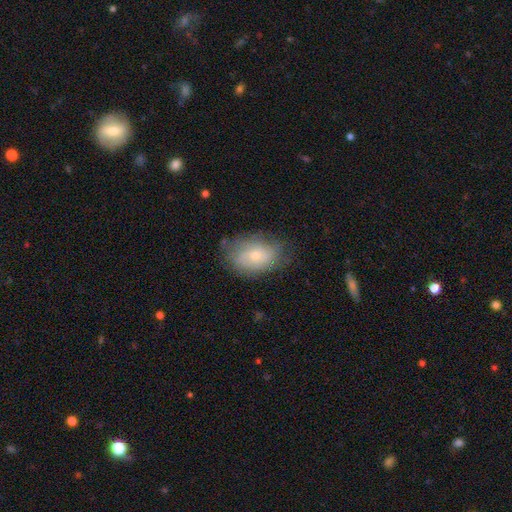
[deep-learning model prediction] The model was most divided on "smooth or featured": smooth: 50%, featured or disk: 42%, star or artifact: 8%. More confident: merging — none (70%).